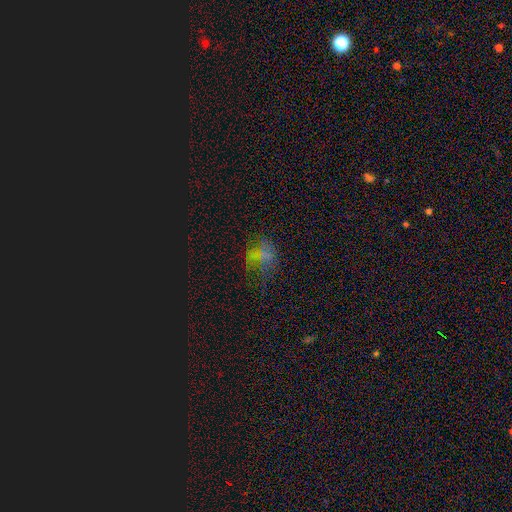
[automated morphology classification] Smooth or featured? Predicted: smooth (p=0.41). Merging? Predicted: none (p=0.47).